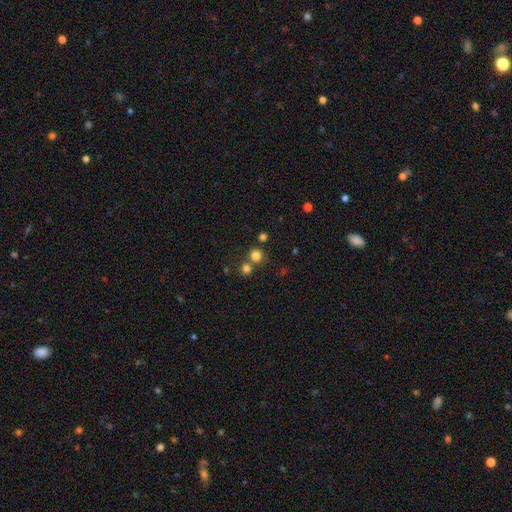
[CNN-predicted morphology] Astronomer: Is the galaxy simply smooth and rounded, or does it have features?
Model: smooth — 78%.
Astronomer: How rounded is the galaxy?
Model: round — 91%.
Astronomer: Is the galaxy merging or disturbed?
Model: none — 65%.